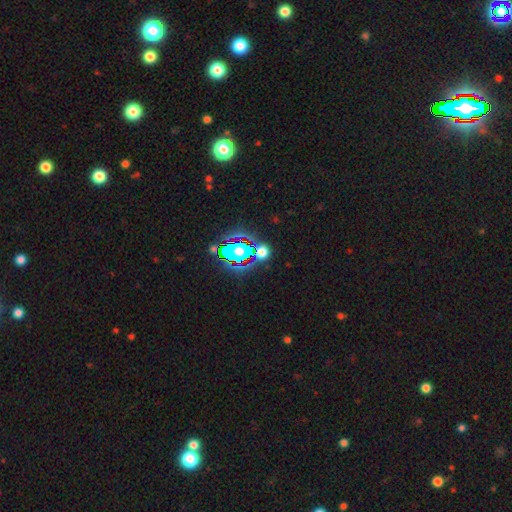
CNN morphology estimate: smooth_or_featured: star or artifact (p=0.81) [alt: smooth p=0.11]